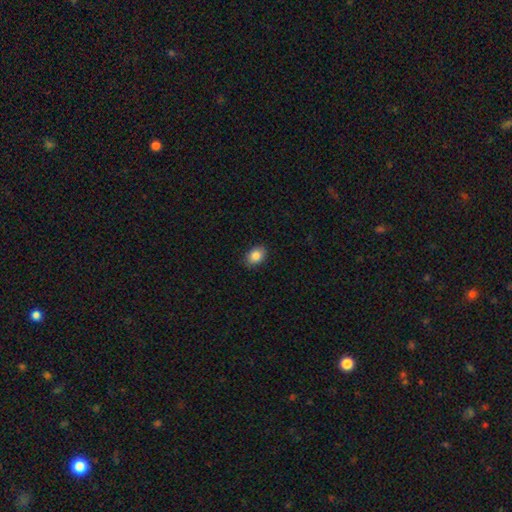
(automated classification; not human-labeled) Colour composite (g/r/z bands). It shows a smooth galaxy with no disk features (86%) that is in between round and cigar-shaped (72%). Merging: none (89%).